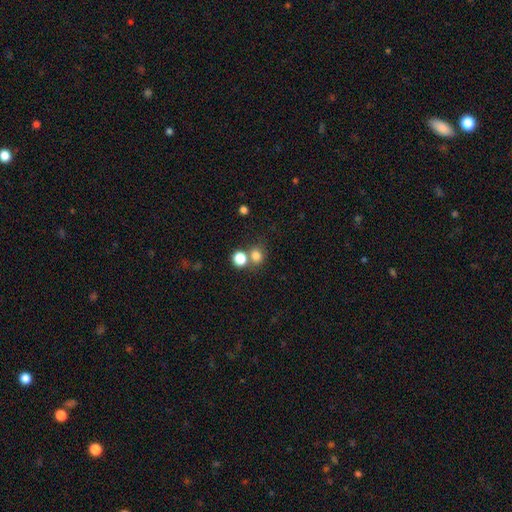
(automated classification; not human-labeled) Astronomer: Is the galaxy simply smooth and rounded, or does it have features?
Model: smooth — 79%.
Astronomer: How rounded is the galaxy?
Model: round — 72%.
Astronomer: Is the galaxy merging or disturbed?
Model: none — 56% (runner-up: merger, 31%).